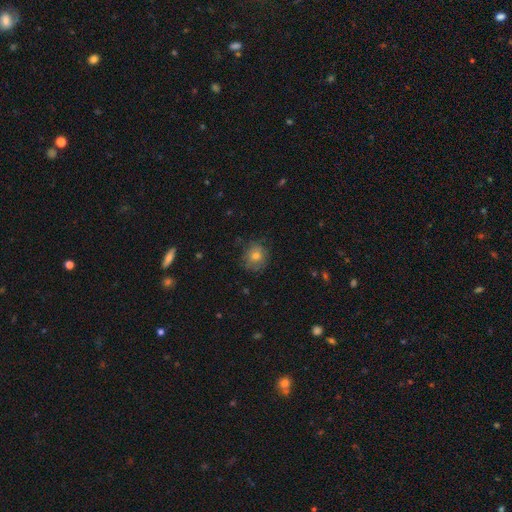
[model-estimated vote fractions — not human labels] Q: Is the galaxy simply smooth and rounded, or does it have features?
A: smooth — 70%.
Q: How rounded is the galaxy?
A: round — 83%.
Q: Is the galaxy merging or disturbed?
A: none — 77%.